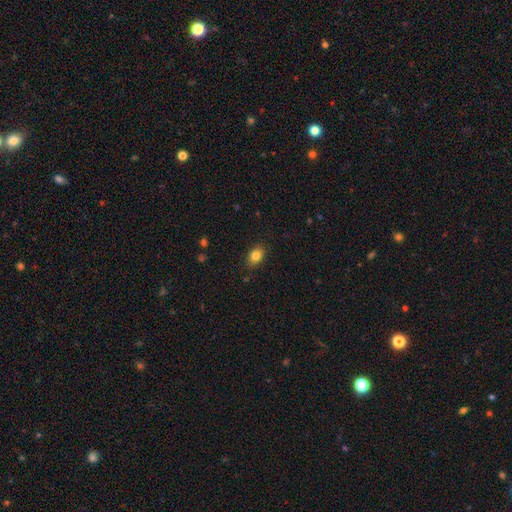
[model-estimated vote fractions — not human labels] Overall: smooth (83%). How rounded: in between (76%). Merging: none (86%).